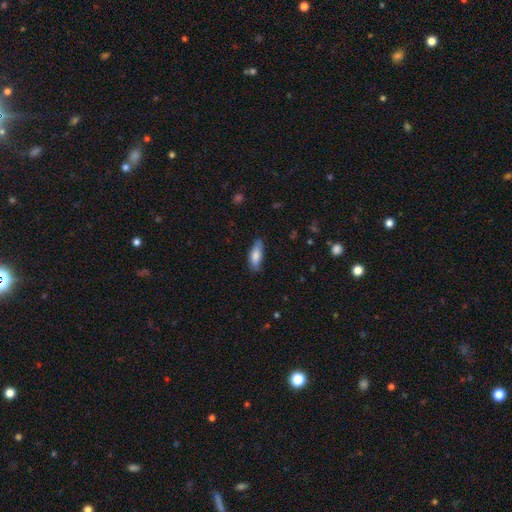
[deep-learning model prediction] A smooth galaxy with no disk features (82%) that is in between round and cigar-shaped (68%). Merging: none (77%).